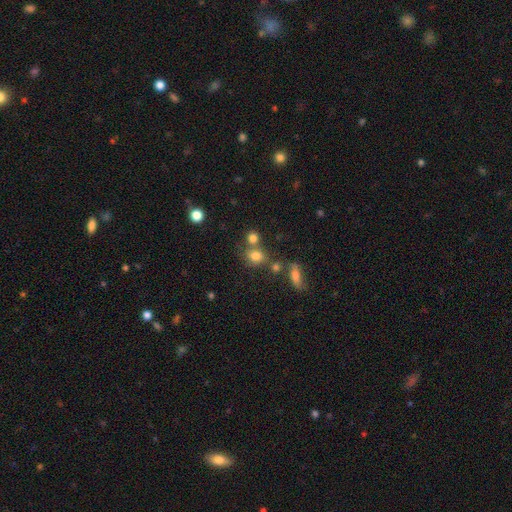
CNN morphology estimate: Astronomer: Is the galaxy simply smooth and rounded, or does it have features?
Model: smooth — 77%.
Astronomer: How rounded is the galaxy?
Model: round — 62%.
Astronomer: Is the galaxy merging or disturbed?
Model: none — 52% (runner-up: merger, 29%).